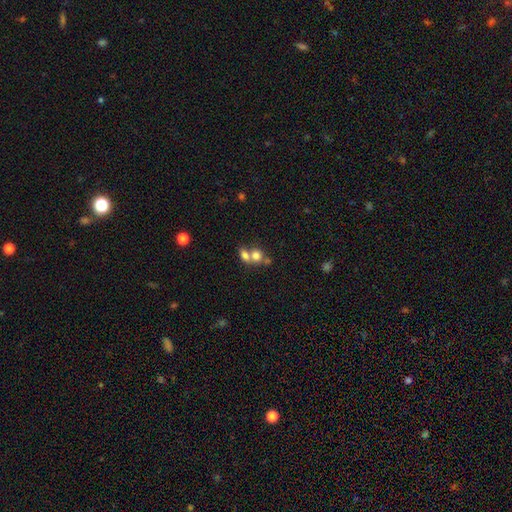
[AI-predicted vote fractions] smooth 75%, featured or disk 15%, star or artifact 11%. Down the decision tree: how rounded — round (58%); merging — merger (61%).